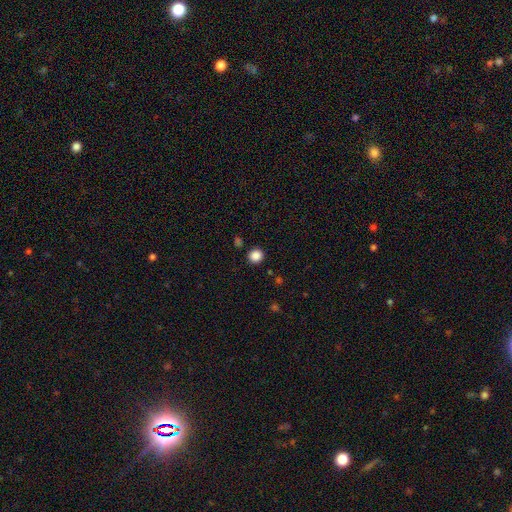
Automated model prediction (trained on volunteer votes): smooth 86%, star or artifact 11%, featured or disk 3%. Down the decision tree: how rounded — round (90%); merging — none (90%).